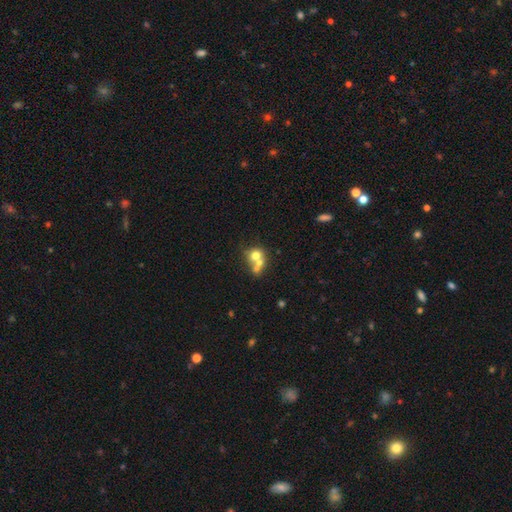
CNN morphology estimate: smooth_or_featured: smooth (p=0.65) [alt: featured or disk p=0.23]
how_rounded: round (p=0.73) [alt: in between p=0.26]
merging: merger (p=0.58) [alt: none p=0.30]